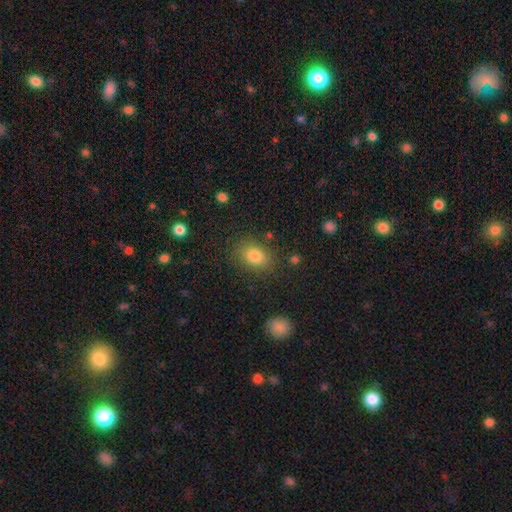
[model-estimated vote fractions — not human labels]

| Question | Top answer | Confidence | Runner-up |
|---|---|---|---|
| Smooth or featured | smooth | 82% | star or artifact (10%) |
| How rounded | in between | 74% | round (24%) |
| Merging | none | 83% | minor disturbance (11%) |